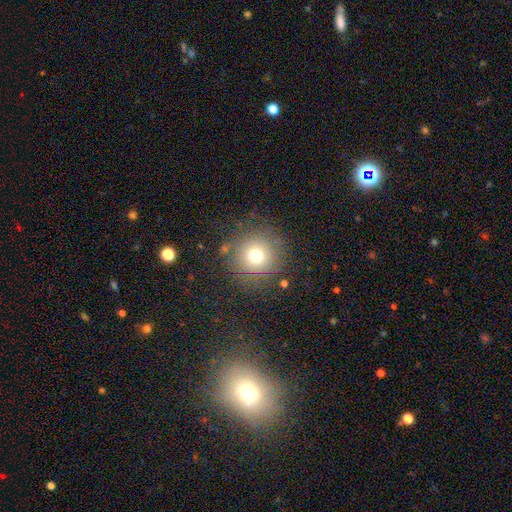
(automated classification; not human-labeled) This appears to be a smooth galaxy with no disk features (72%) that is round (93%). Merging: none (83%).